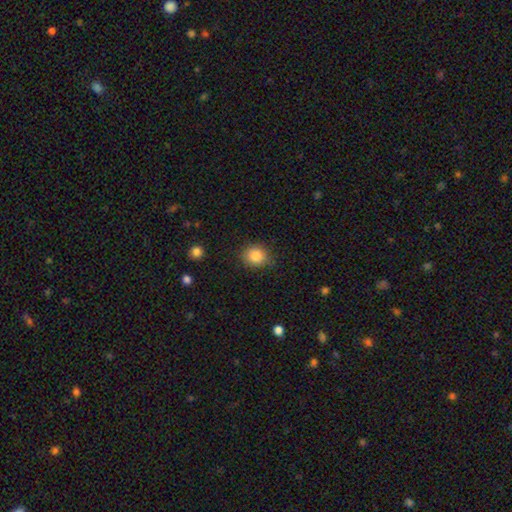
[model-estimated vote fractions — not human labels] Q: Smooth or featured?
A: smooth (84%); runner-up: star or artifact (10%)
Q: How rounded?
A: round (76%); runner-up: in between (23%)
Q: Merging?
A: none (82%); runner-up: minor disturbance (14%)